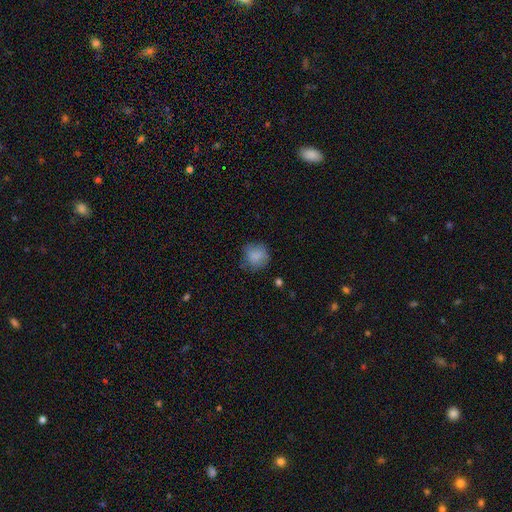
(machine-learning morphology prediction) smooth_or_featured: smooth (p=0.84) [alt: star or artifact p=0.09]
how_rounded: round (p=0.84) [alt: in between p=0.15]
merging: none (p=0.69) [alt: minor disturbance p=0.22]